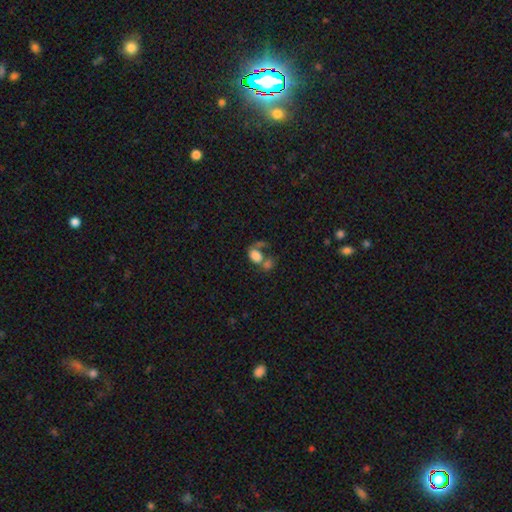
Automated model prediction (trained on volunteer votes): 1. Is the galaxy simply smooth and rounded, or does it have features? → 76% smooth, 14% featured or disk, 10% star or artifact.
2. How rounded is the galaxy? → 77% in between, 22% round, 1% cigar-shaped.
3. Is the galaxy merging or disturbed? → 55% merger, 22% none, 14% major disturbance, 10% minor disturbance.